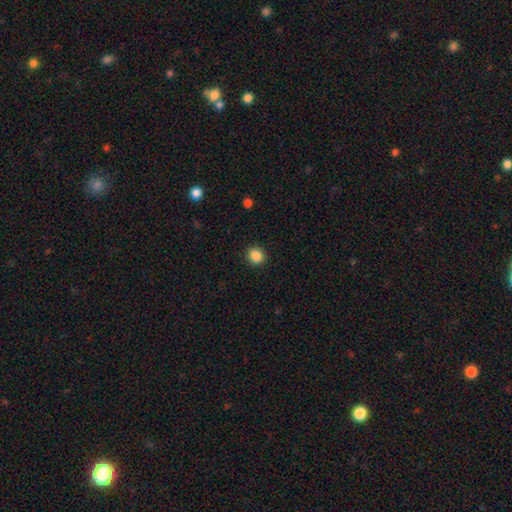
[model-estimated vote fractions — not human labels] Smooth or featured? Predicted: smooth (p=0.87). How rounded? Predicted: round (p=0.85). Merging? Predicted: none (p=0.91).